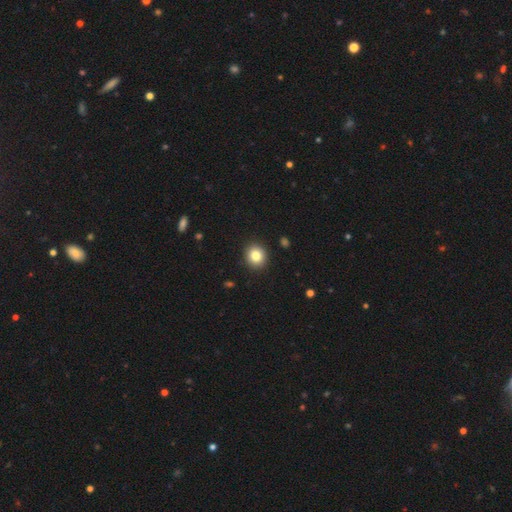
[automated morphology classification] The model was most divided on "how rounded": round: 83%, in between: 16%, cigar-shaped: 1%. More confident: merging — none (92%); smooth or featured — smooth (83%).